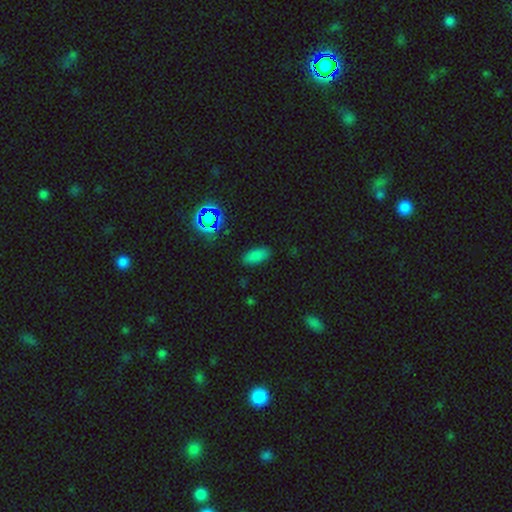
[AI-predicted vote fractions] The model was most divided on "smooth or featured": smooth: 78%, star or artifact: 17%, featured or disk: 6%. More confident: how rounded — in between (87%); merging — none (84%).